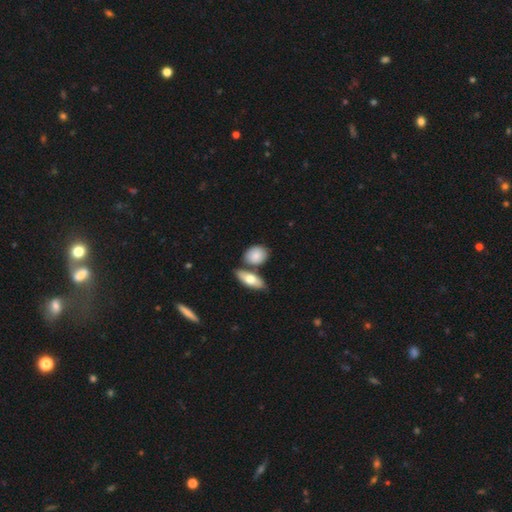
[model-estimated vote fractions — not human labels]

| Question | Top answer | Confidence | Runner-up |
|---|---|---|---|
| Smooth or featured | smooth | 81% | featured or disk (13%) |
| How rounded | in between | 62% | round (33%) |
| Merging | none | 61% | merger (22%) |